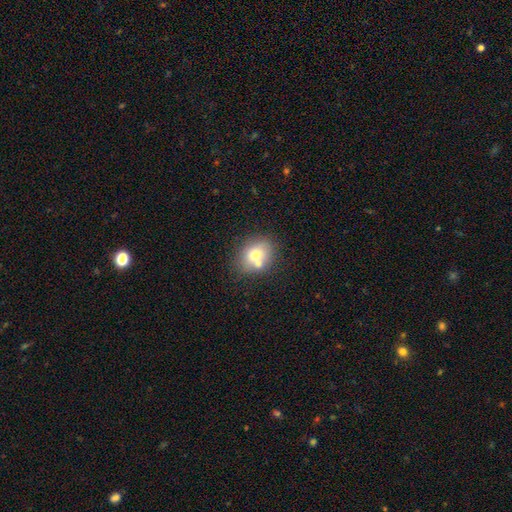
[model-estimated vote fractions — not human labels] smooth_or_featured: smooth (p=0.70) [alt: featured or disk p=0.20]
how_rounded: round (p=0.59) [alt: in between p=0.40]
merging: none (p=0.60) [alt: merger p=0.24]